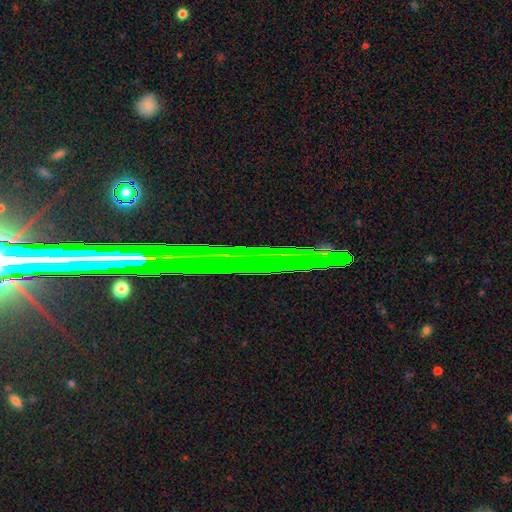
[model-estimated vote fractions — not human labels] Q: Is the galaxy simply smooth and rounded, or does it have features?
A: star or artifact — 63%.